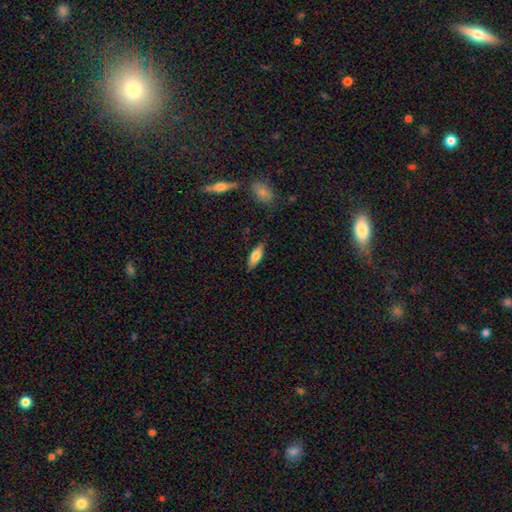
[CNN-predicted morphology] Smooth or featured? Predicted: smooth (p=0.69). How rounded? Predicted: in between (p=0.60). Merging? Predicted: none (p=0.83).